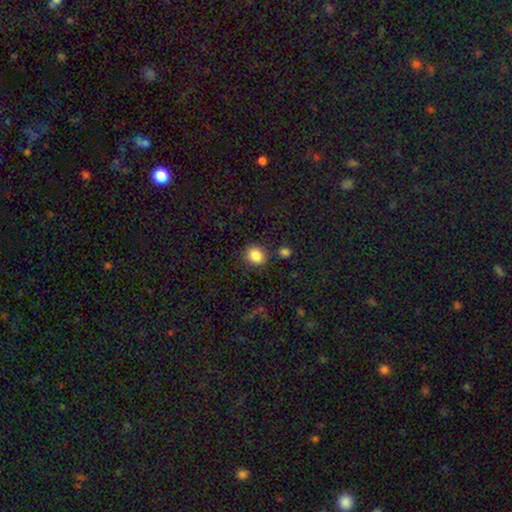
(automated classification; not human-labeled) smooth-or-featured: smooth: 86% | star or artifact: 10% | featured or disk: 5%
  how-rounded: round: 76% | in between: 23% | cigar-shaped: 1%
  merging: none: 84% | minor disturbance: 9% | merger: 4% | major disturbance: 3%